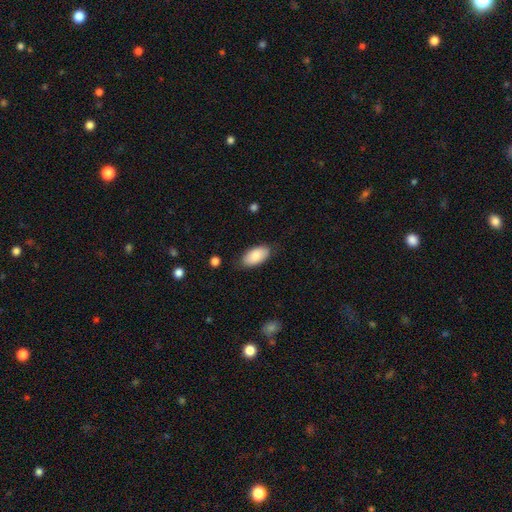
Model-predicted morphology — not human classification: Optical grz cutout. It shows a smooth galaxy with no disk features (85%) that is in between round and cigar-shaped (95%). Merging: none (82%).